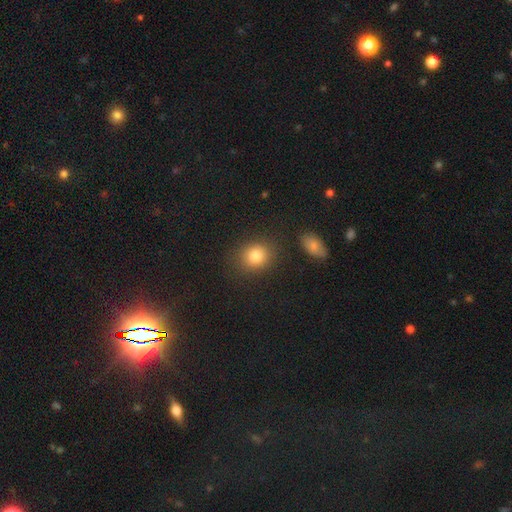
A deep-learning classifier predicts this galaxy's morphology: This is clearly a smooth galaxy (82%). How rounded: likely round (72%). Merging: clearly none (82%).